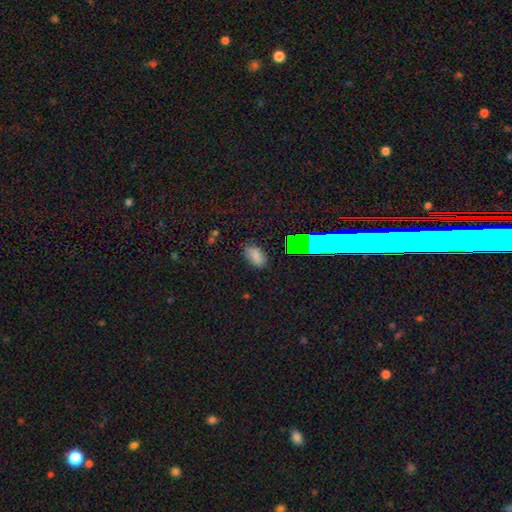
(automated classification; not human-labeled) Q: Smooth or featured?
A: smooth (76%); runner-up: star or artifact (16%)
Q: How rounded?
A: in between (91%); runner-up: round (6%)
Q: Merging?
A: none (80%); runner-up: minor disturbance (14%)